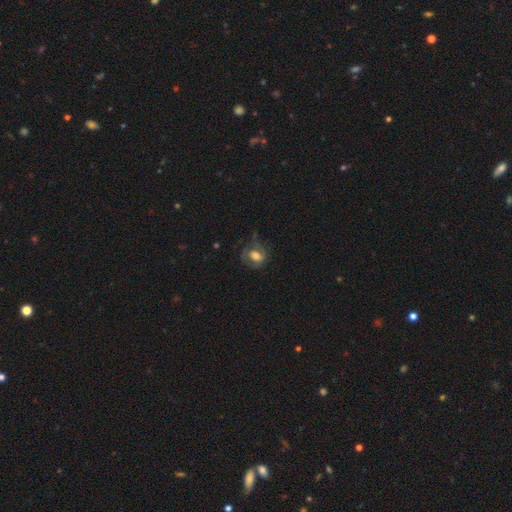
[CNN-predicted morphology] Smooth or featured: smooth — 54% (featured or disk — 36%)
How rounded: in between — 57% (round — 41%)
Merging: none — 55% (minor disturbance — 25%)